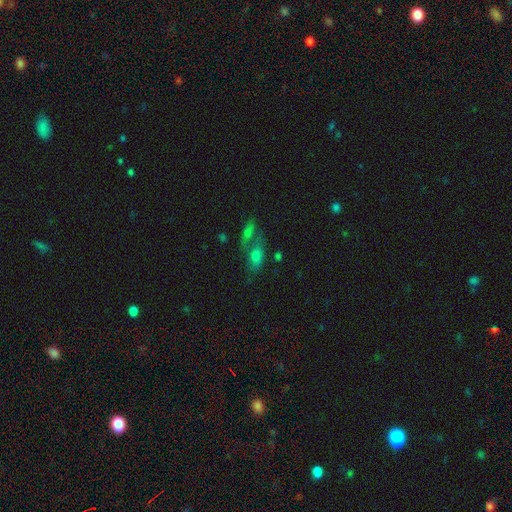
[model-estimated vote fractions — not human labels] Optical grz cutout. It shows a smooth galaxy with no disk features (60%) that is in between round and cigar-shaped (79%). Merging: merger (48%).